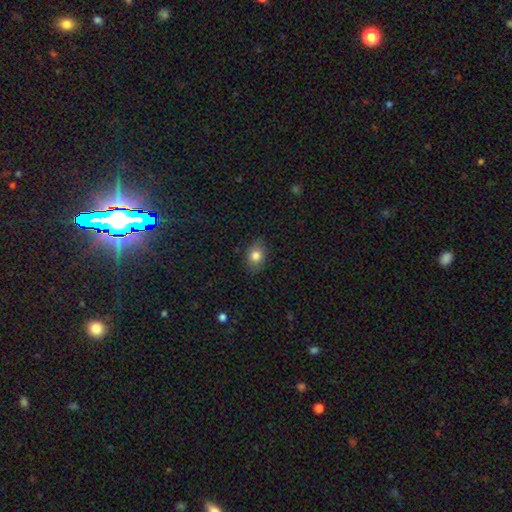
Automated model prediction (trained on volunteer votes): Smooth or featured?
  - smooth: 81% *
  - featured or disk: 10%
  - star or artifact: 9%
How rounded?
  - in between: 66% *
  - round: 33%
  - cigar-shaped: 1%
Merging?
  - none: 84% *
  - minor disturbance: 12%
  - major disturbance: 3%
  - merger: 1%